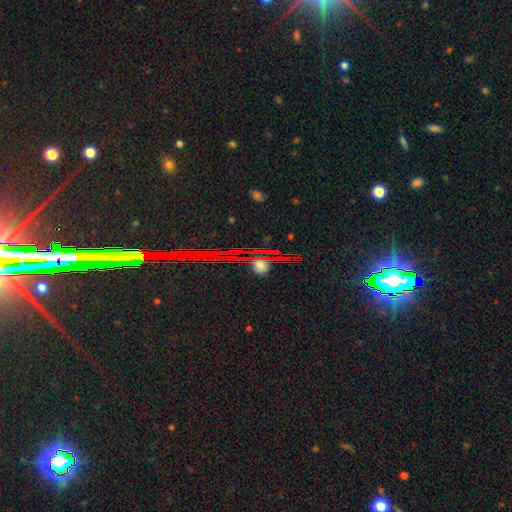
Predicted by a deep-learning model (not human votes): This appears to be a star or artifact, not a galaxy (80%).